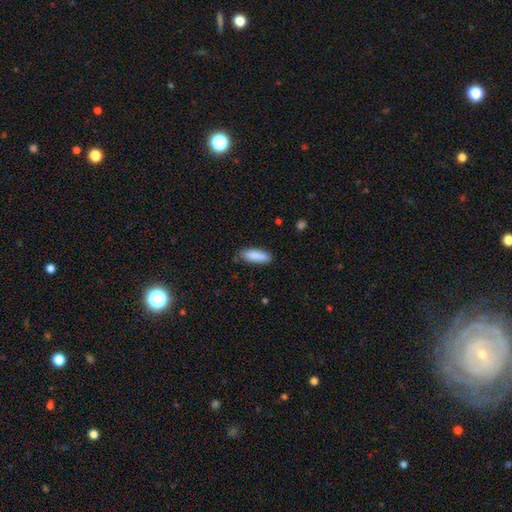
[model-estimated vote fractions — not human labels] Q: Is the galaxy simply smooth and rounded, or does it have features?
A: smooth — 87%.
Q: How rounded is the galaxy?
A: in between — 57%.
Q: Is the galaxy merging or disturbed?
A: none — 80%.